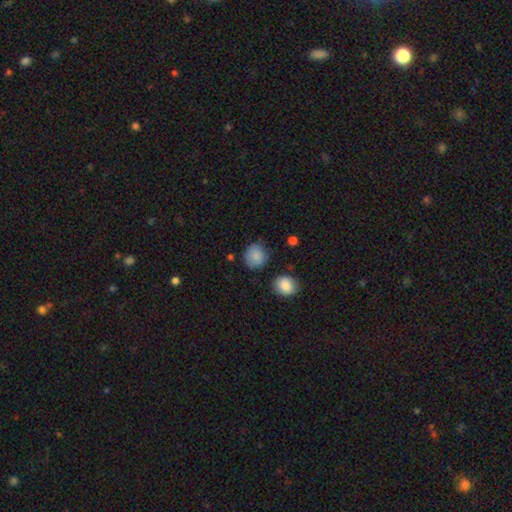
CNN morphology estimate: smooth_or_featured: smooth (p=0.86) [alt: star or artifact p=0.09]
how_rounded: round (p=0.80) [alt: in between p=0.19]
merging: none (p=0.73) [alt: minor disturbance p=0.19]